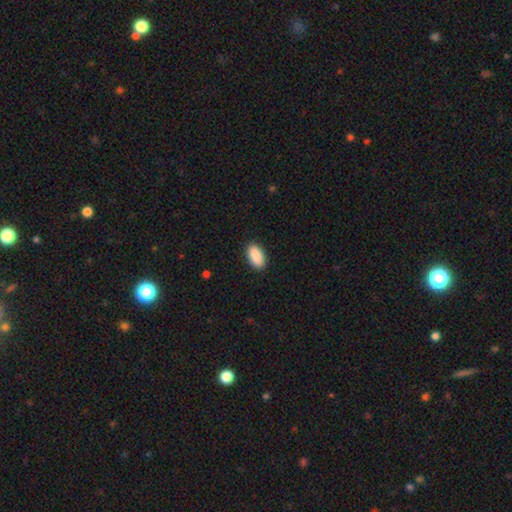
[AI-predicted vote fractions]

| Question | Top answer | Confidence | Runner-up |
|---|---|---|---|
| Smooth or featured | smooth | 91% | star or artifact (6%) |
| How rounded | in between | 94% | cigar-shaped (3%) |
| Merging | none | 90% | minor disturbance (7%) |